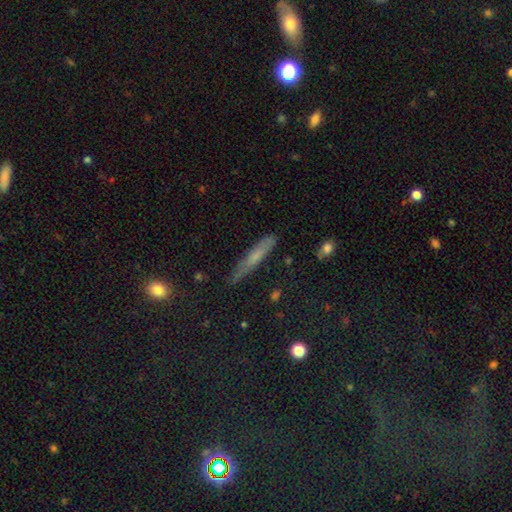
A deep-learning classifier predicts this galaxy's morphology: The model was most divided on "smooth or featured": smooth: 55%, featured or disk: 34%, star or artifact: 11%. More confident: how rounded — cigar-shaped (92%); merging — none (78%).